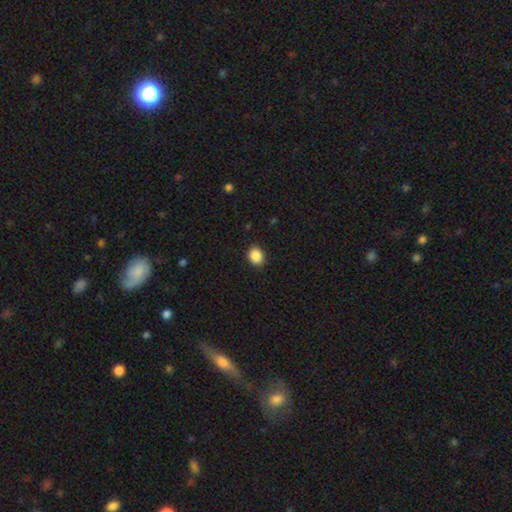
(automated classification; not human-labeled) Morphology: type=smooth (88%); roundness=round (59%); merging=none (90%).